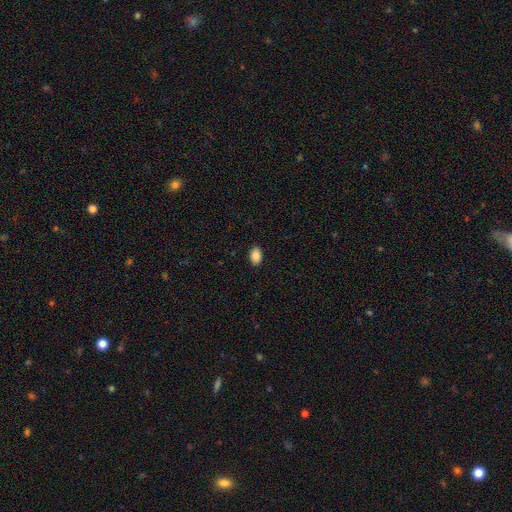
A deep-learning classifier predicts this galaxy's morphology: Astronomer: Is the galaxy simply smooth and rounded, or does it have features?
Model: smooth — 87%.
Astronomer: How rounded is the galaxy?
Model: in between — 87%.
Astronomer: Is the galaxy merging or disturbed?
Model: none — 90%.